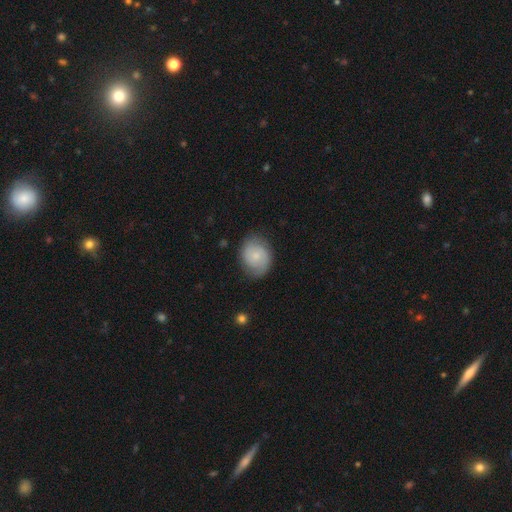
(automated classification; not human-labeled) smooth 51%, featured or disk 42%, star or artifact 7%. Down the decision tree: how rounded — round (56%); merging — none (76%).